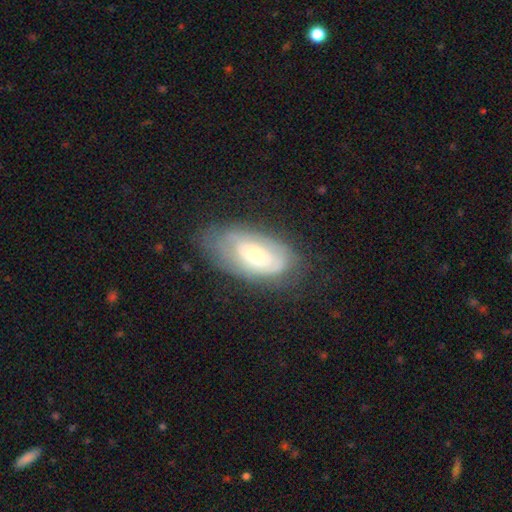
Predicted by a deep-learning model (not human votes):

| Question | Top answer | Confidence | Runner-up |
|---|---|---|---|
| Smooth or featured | featured or disk | 59% | smooth (34%) |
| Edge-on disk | no | 92% | yes (8%) |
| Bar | no | 70% | weak (24%) |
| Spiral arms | yes | 65% | no (35%) |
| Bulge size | moderate | 48% | small (42%) |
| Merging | none | 62% | minor disturbance (25%) |